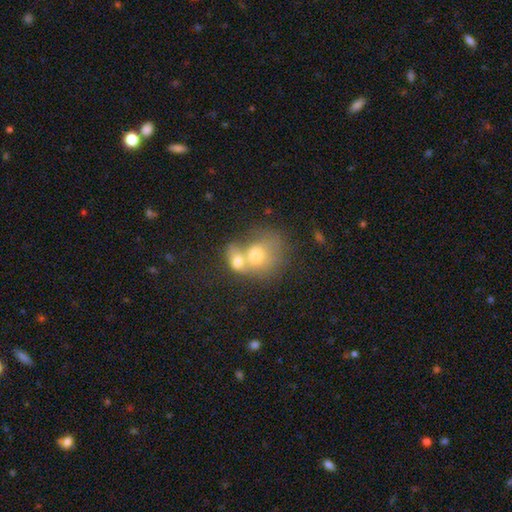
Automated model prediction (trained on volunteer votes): Smooth or featured? Predicted: smooth (p=0.64). How rounded? Predicted: round (p=0.58). Merging? Predicted: merger (p=0.71).